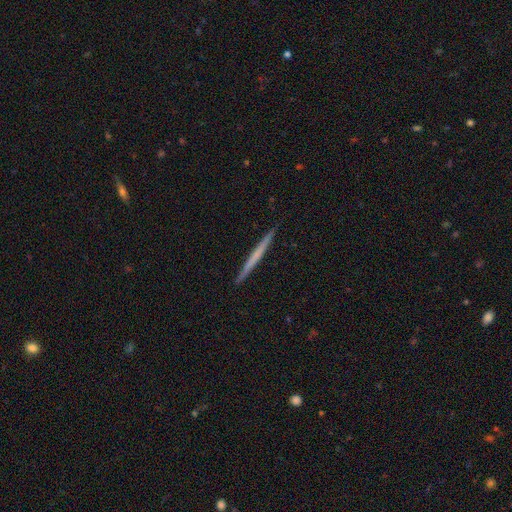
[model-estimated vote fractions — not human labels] Smooth or featured?
  - featured or disk: 49% *
  - smooth: 46%
  - star or artifact: 5%
Merging?
  - none: 93% *
  - minor disturbance: 5%
  - major disturbance: 1%
  - merger: 1%